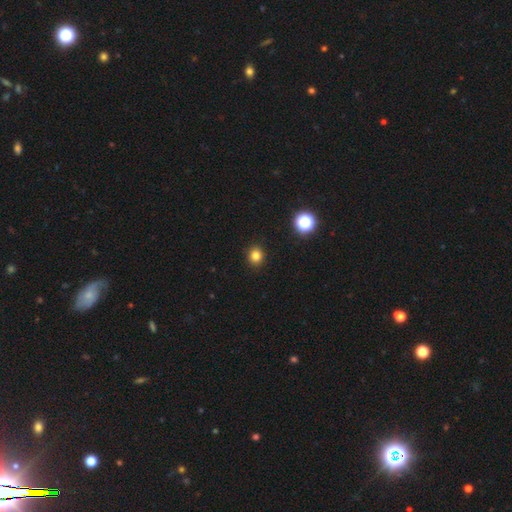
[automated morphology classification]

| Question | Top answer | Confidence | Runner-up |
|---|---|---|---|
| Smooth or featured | smooth | 81% | star or artifact (14%) |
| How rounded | round | 81% | in between (19%) |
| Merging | none | 92% | minor disturbance (6%) |